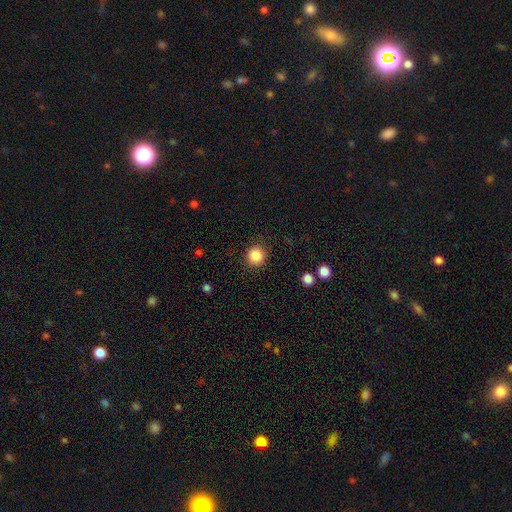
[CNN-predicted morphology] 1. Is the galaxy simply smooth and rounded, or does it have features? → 87% smooth, 10% star or artifact, 3% featured or disk.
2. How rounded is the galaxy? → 93% round, 6% in between, 1% cigar-shaped.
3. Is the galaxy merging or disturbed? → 90% none, 7% minor disturbance, 2% major disturbance, 1% merger.